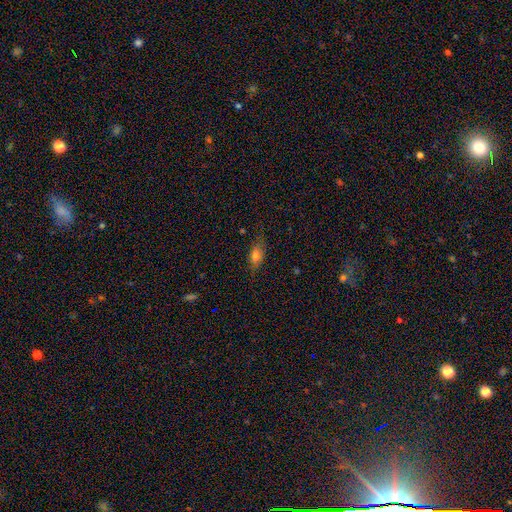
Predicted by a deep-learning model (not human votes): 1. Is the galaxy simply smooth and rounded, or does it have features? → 70% smooth, 19% featured or disk, 11% star or artifact.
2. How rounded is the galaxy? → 77% in between, 17% cigar-shaped, 7% round.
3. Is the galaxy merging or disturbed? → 75% none, 19% minor disturbance, 5% major disturbance, 1% merger.